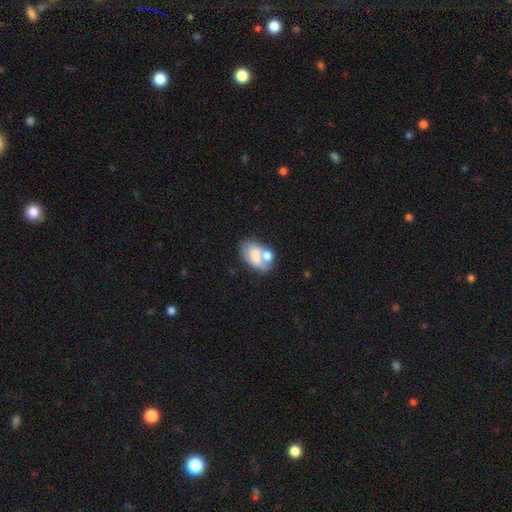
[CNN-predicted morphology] smooth-or-featured: smooth: 63% | featured or disk: 29% | star or artifact: 9%
  how-rounded: in between: 87% | round: 11% | cigar-shaped: 2%
  merging: merger: 42% | none: 30% | minor disturbance: 17% | major disturbance: 10%